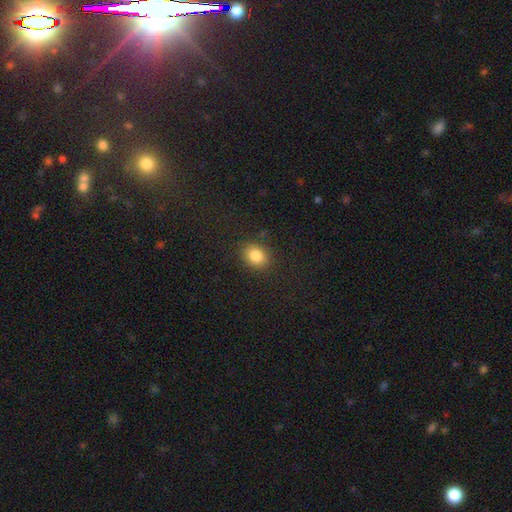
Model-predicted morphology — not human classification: type=smooth (84%); roundness=round (52%); merging=none (86%).